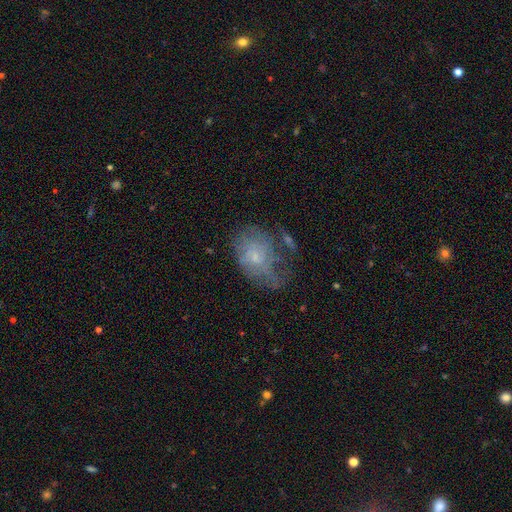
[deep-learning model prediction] Smooth or featured: featured or disk — 48% (smooth — 41%)
Merging: major disturbance — 34% (none — 32%)